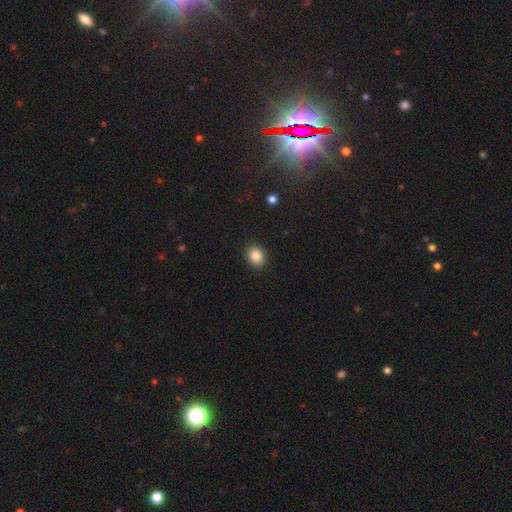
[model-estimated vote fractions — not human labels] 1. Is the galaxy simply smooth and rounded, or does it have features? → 87% smooth, 9% star or artifact, 4% featured or disk.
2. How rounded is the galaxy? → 51% round, 48% in between, 1% cigar-shaped.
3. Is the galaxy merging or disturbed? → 90% none, 7% minor disturbance, 2% major disturbance, 1% merger.